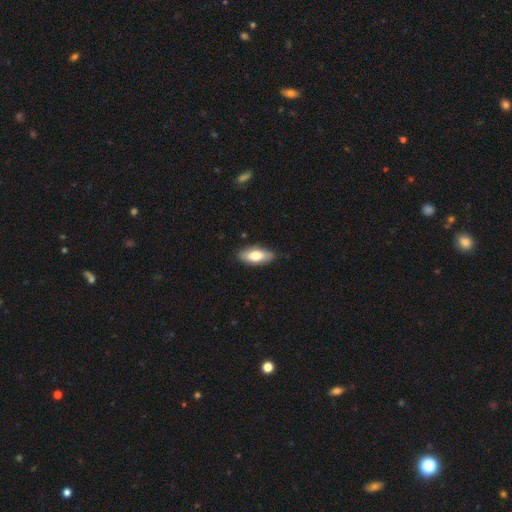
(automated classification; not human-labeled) smooth-or-featured: smooth: 72% | featured or disk: 22% | star or artifact: 6%
  how-rounded: in between: 84% | cigar-shaped: 13% | round: 3%
  merging: none: 85% | minor disturbance: 12% | major disturbance: 2% | merger: 1%